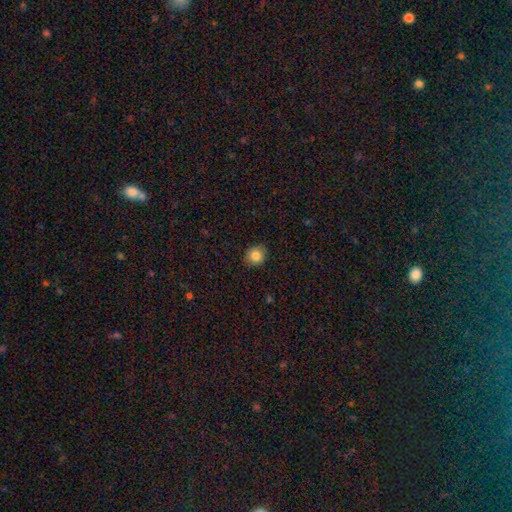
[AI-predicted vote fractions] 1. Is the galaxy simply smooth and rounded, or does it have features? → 83% smooth, 9% star or artifact, 7% featured or disk.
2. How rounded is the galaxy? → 78% round, 21% in between, 1% cigar-shaped.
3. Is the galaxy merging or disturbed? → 86% none, 11% minor disturbance, 2% major disturbance, 1% merger.